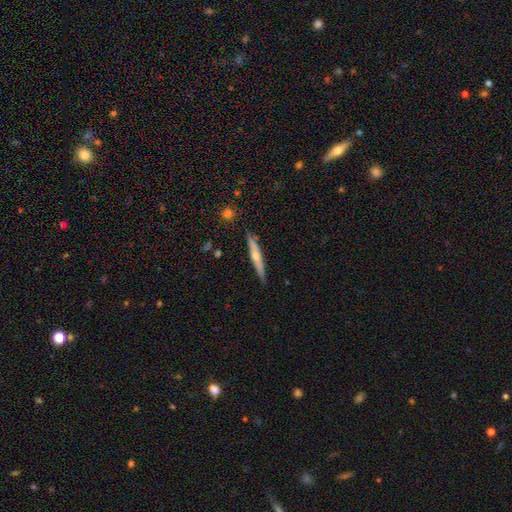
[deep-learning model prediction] featured or disk 61%, smooth 33%, star or artifact 6%. Down the decision tree: edge-on disk — yes (93%); edge-on bulge — rounded (82%); merging — none (86%).